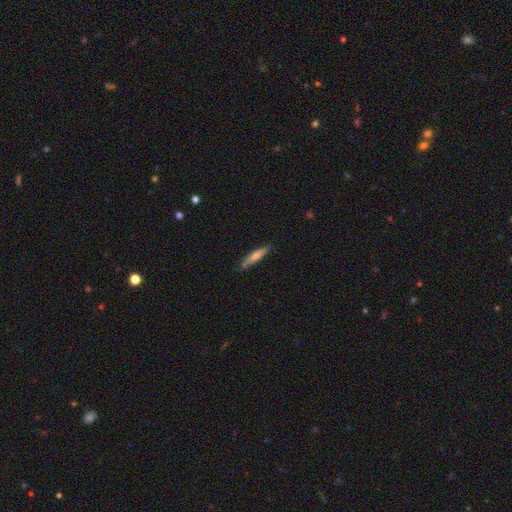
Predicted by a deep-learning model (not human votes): The model was most divided on "smooth or featured": smooth: 50%, featured or disk: 44%, star or artifact: 7%. More confident: merging — none (84%).